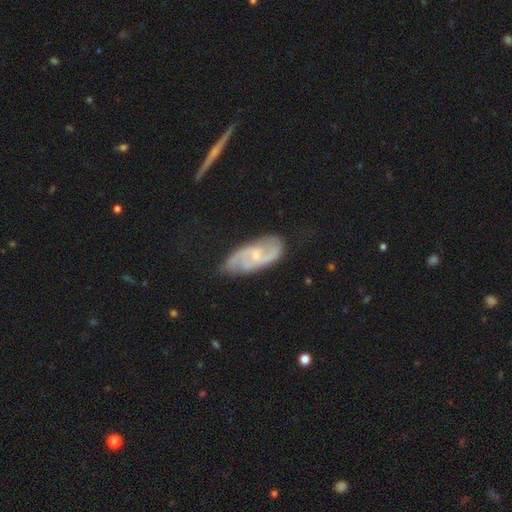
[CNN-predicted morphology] A featured or disk galaxy (80%) with a weak bar (46%), 2 (72%) medium (47%) spiral arms (95%) and a small central bulge (70%).

Vote fractions:
- Smooth or featured? featured or disk: 80% / smooth: 14% / star or artifact: 6%
- Edge-on disk? no: 94% / yes: 6%
- Bar? weak: 46% / no: 45% / strong: 9%
- Spiral arms? yes: 95% / no: 5%
- Spiral winding? medium: 47% / loose: 28% / tight: 24%
- Spiral arm count? 2: 72% / can't tell: 12% / 3: 9% / 1: 2% / 4: 2% / more than 4: 2%
- Bulge size? small: 70% / moderate: 23% / none: 6% / large: 1% / dominant: 1%
- Merging? none: 70% / minor disturbance: 22% / major disturbance: 6% / merger: 2%